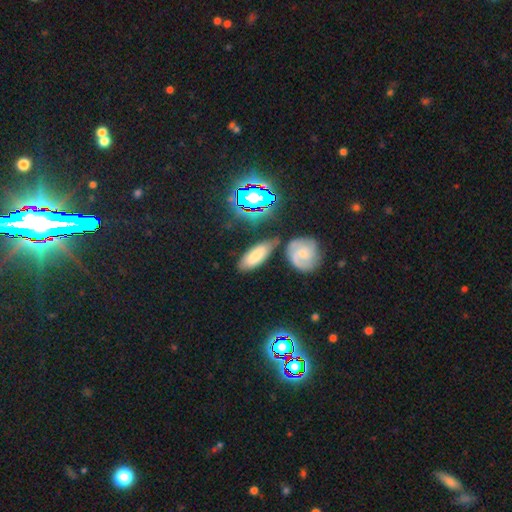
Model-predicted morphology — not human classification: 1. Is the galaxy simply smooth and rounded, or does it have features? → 66% smooth, 22% featured or disk, 11% star or artifact.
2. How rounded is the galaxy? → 75% in between, 22% cigar-shaped, 3% round.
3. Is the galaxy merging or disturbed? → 66% none, 17% minor disturbance, 12% merger, 5% major disturbance.